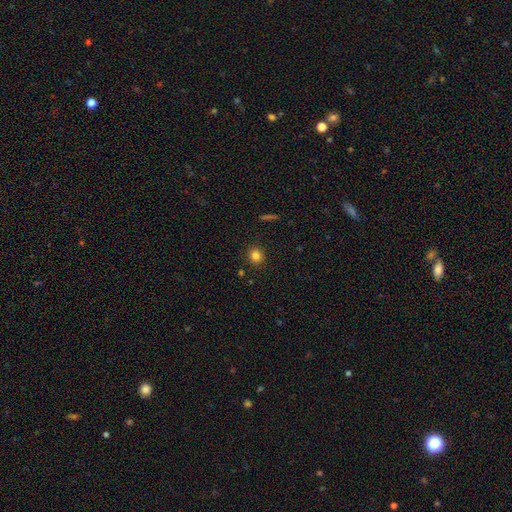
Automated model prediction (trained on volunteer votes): This appears to be a smooth galaxy with no disk features (82%) that is round (90%). Merging: none (90%).